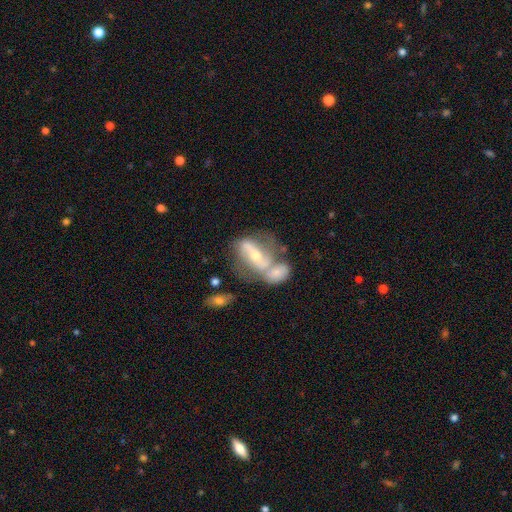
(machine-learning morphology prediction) Q: Smooth or featured?
A: featured or disk (71%); runner-up: smooth (21%)
Q: Edge-on disk?
A: no (91%); runner-up: yes (9%)
Q: Bar?
A: strong (45%); runner-up: weak (28%)
Q: Spiral arms?
A: yes (74%); runner-up: no (26%)
Q: Bulge size?
A: moderate (51%); runner-up: small (42%)
Q: Merging?
A: merger (52%); runner-up: none (27%)